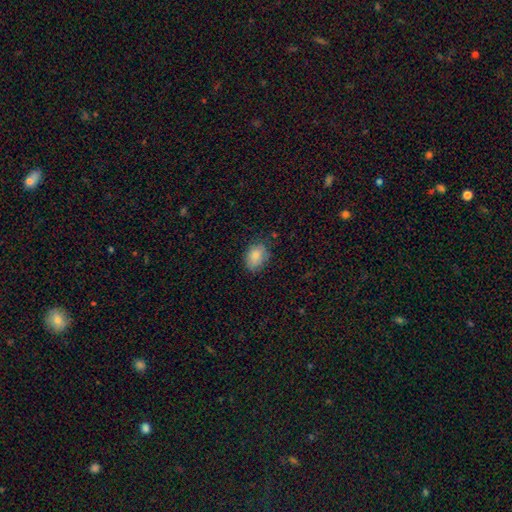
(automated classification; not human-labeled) A smooth galaxy with no disk features (85%) that is in between round and cigar-shaped (77%). Merging: none (76%).